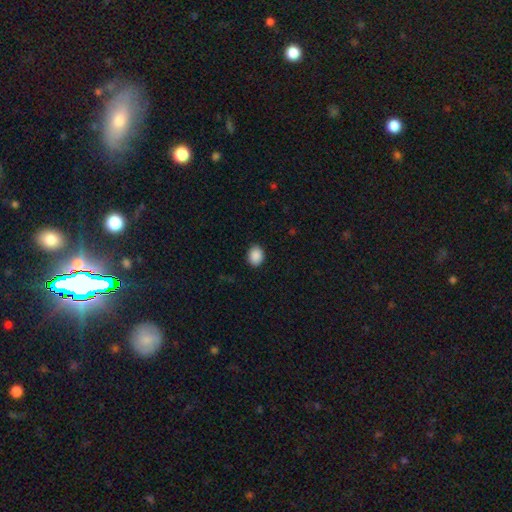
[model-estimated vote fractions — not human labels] smooth_or_featured: smooth (p=0.90) [alt: star or artifact p=0.08]
how_rounded: in between (p=0.57) [alt: round p=0.42]
merging: none (p=0.89) [alt: minor disturbance p=0.08]